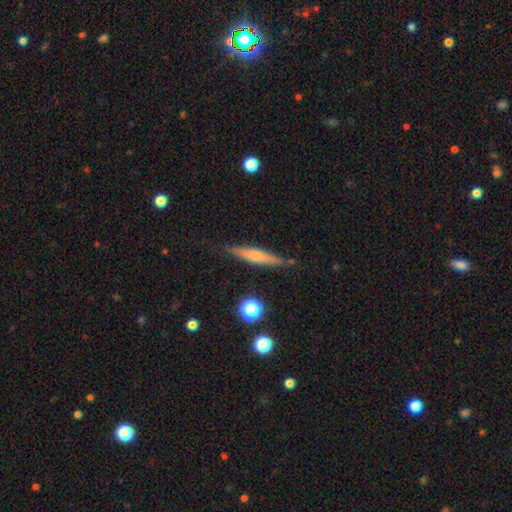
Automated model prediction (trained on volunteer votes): This is possibly a smooth galaxy (48%). Merging: clearly none (84%).